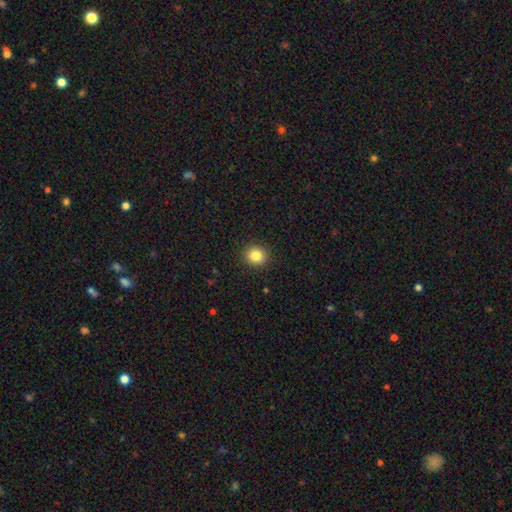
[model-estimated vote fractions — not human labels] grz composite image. It shows a smooth galaxy with no disk features (84%) that is round (84%). Merging: none (91%).